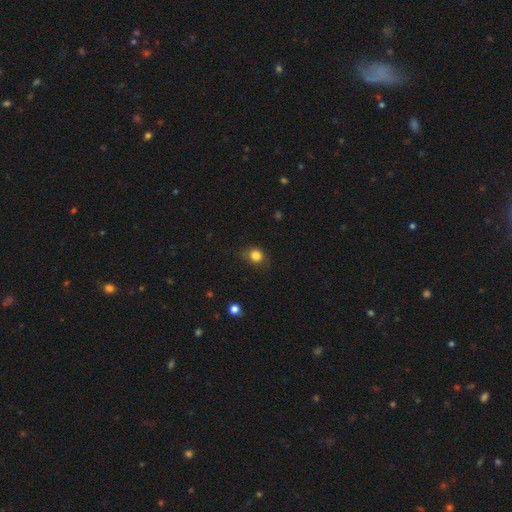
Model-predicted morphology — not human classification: Overall: smooth (83%). How rounded: round (75%). Merging: none (73%).